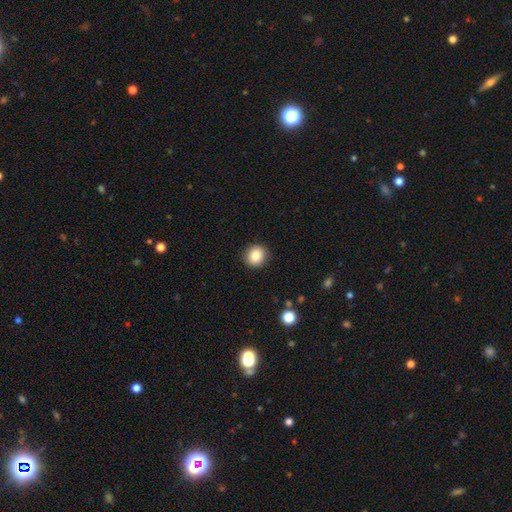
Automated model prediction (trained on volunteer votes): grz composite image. It shows a smooth galaxy with no disk features (86%) that is round (89%). Merging: none (91%).